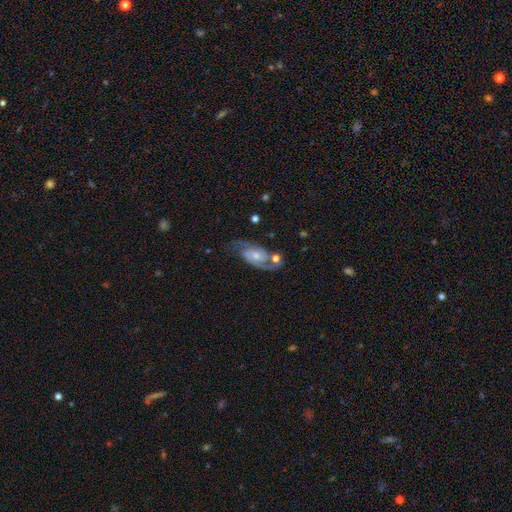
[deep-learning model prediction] featured or disk 83%, smooth 11%, star or artifact 6%. Down the decision tree: edge-on disk — no (96%); bar — no (55%); spiral arms — yes (96%); spiral arm count — 2 (86%); spiral winding — medium (52%); bulge size — small (48%); merging — none (60%).